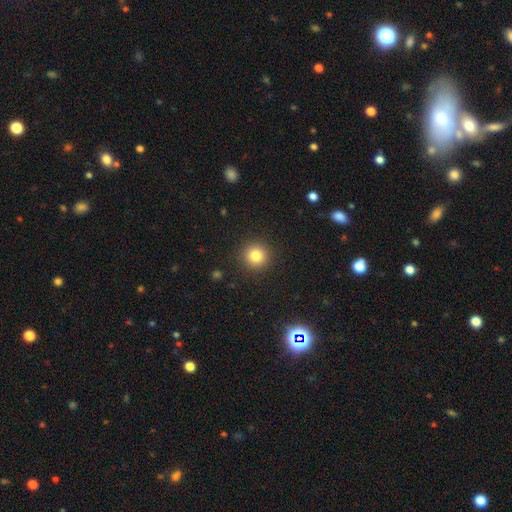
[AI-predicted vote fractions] Morphology: type=smooth (82%); roundness=round (94%); merging=none (92%).